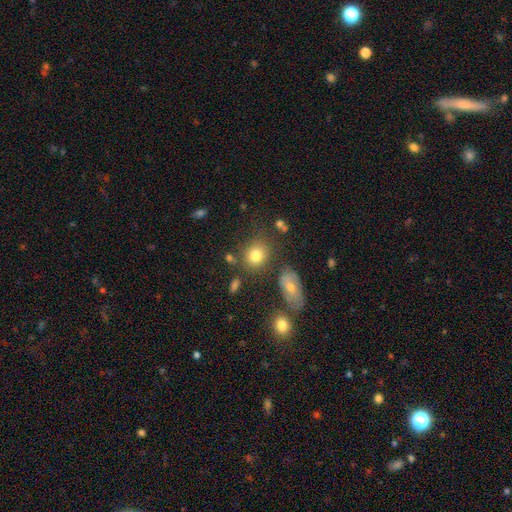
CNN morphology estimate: This appears to be a smooth galaxy with no disk features (80%) that is round (68%). Merging: none (71%).